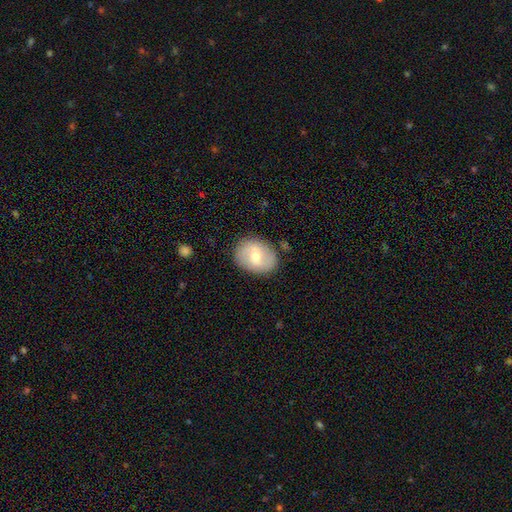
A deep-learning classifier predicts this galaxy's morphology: smooth_or_featured: smooth (p=0.53) [alt: featured or disk p=0.40]
how_rounded: in between (p=0.58) [alt: round p=0.41]
merging: none (p=0.84) [alt: minor disturbance p=0.11]